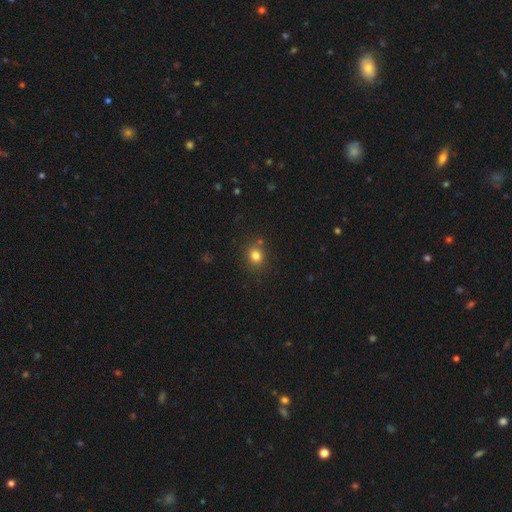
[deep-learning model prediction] Smooth or featured? Predicted: smooth (p=0.80). How rounded? Predicted: round (p=0.76). Merging? Predicted: none (p=0.79).